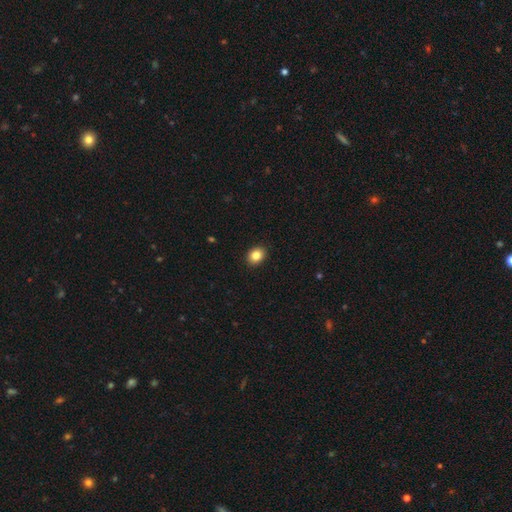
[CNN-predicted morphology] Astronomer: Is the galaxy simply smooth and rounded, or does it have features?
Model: smooth — 85%.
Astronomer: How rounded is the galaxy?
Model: in between — 53% (runner-up: round, 46%).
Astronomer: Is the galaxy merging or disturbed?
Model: none — 91%.